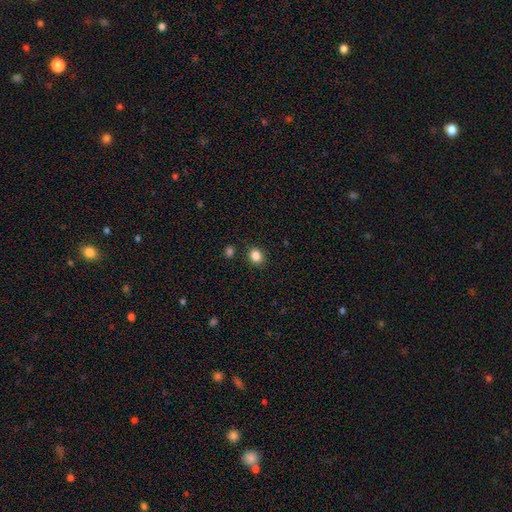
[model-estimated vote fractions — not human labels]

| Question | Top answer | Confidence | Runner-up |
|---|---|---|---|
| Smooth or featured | smooth | 85% | star or artifact (11%) |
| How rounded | round | 59% | in between (40%) |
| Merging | none | 87% | minor disturbance (8%) |